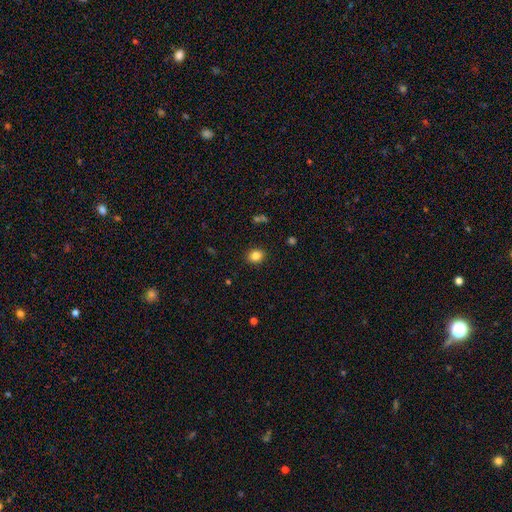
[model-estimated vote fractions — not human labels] Smooth or featured? smooth (84%)
How rounded? round (57%)
Merging? none (90%)